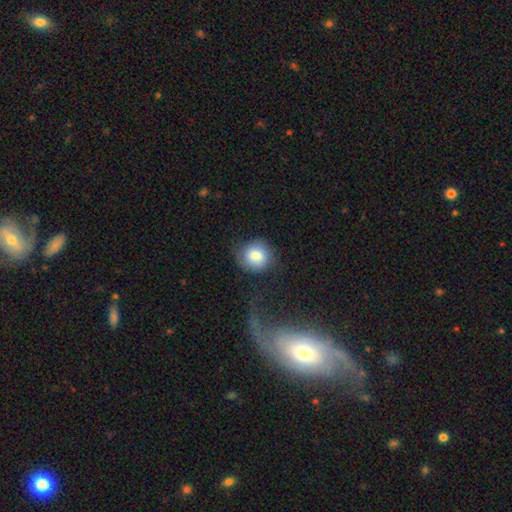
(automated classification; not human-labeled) Morphology: type=smooth (81%); roundness=round (82%); merging=none (72%).